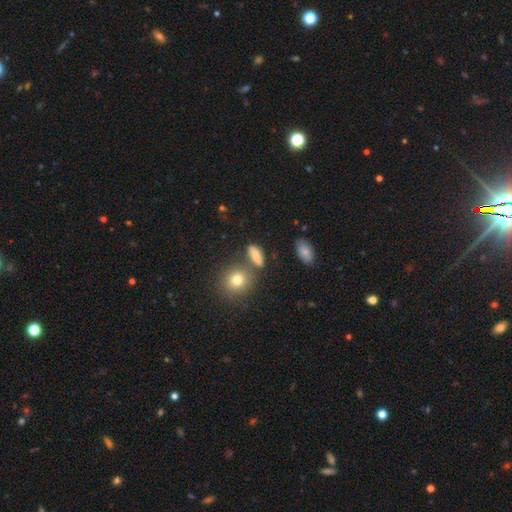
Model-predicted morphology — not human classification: Smooth or featured? smooth (74%)
How rounded? in between (70%)
Merging? none (68%)